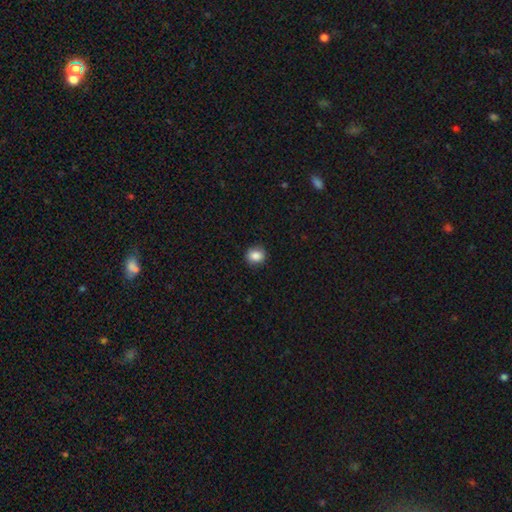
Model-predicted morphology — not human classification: type=smooth (86%); roundness=round (68%); merging=none (89%).